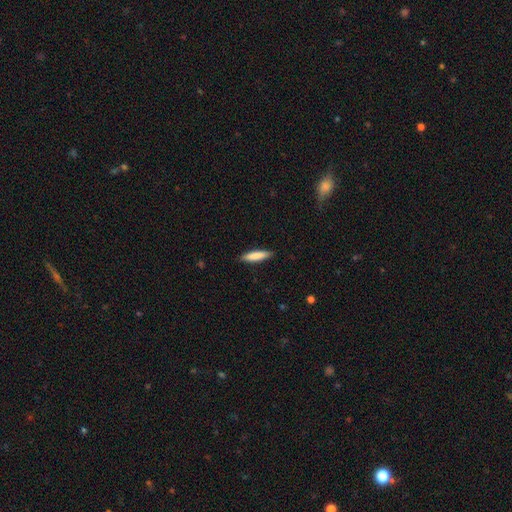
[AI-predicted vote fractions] Smooth or featured: smooth — 83% (featured or disk — 12%)
How rounded: cigar-shaped — 80% (in between — 19%)
Merging: none — 89% (minor disturbance — 8%)